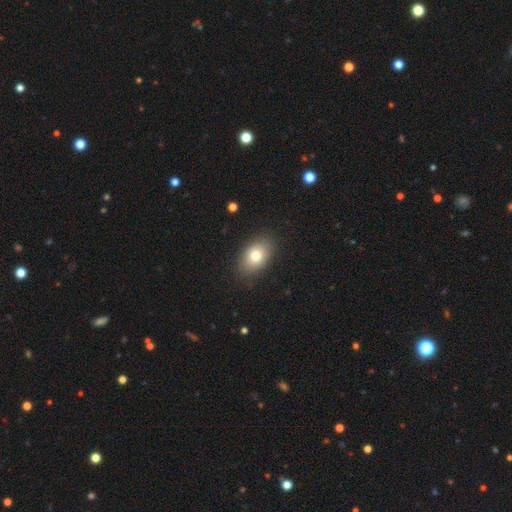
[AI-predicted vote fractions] smooth 80%, featured or disk 12%, star or artifact 8%. Down the decision tree: how rounded — in between (87%); merging — none (85%).